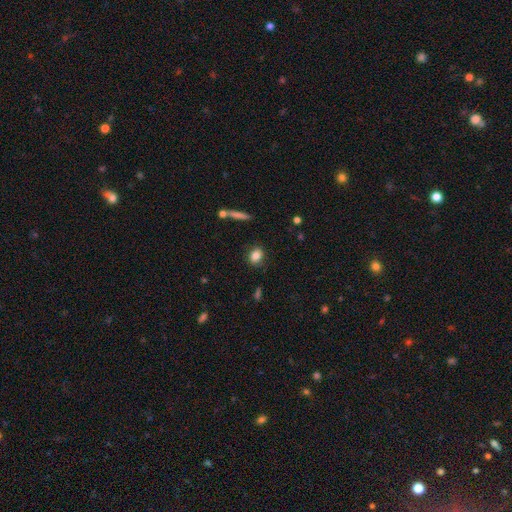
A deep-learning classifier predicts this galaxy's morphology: Q: Smooth or featured?
A: smooth (83%); runner-up: star or artifact (9%)
Q: How rounded?
A: in between (54%); runner-up: round (43%)
Q: Merging?
A: none (85%); runner-up: minor disturbance (10%)